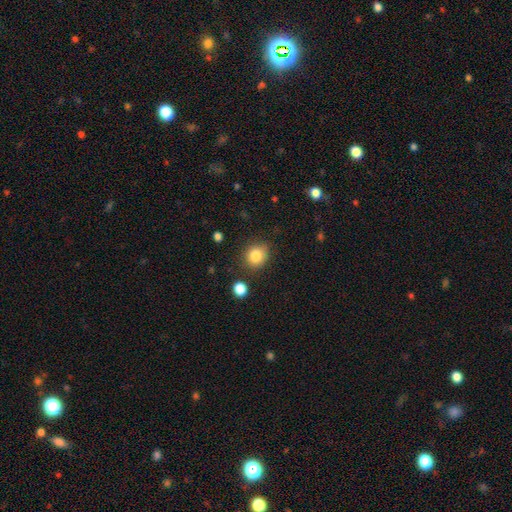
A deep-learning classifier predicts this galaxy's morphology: A smooth galaxy with no disk features (83%) that is round (78%). Merging: none (82%).